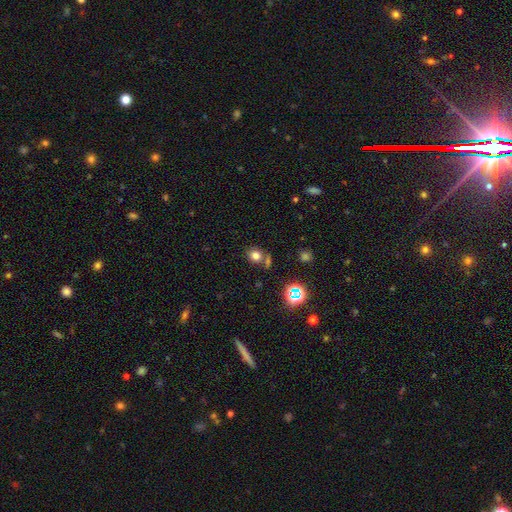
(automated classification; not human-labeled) A smooth galaxy with no disk features (73%) that is round (73%).

Vote fractions:
- Smooth or featured? smooth: 73% / star or artifact: 18% / featured or disk: 8%
- How rounded? round: 73% / in between: 26% / cigar-shaped: 1%
- Merging? none: 66% / merger: 18% / minor disturbance: 11% / major disturbance: 4%